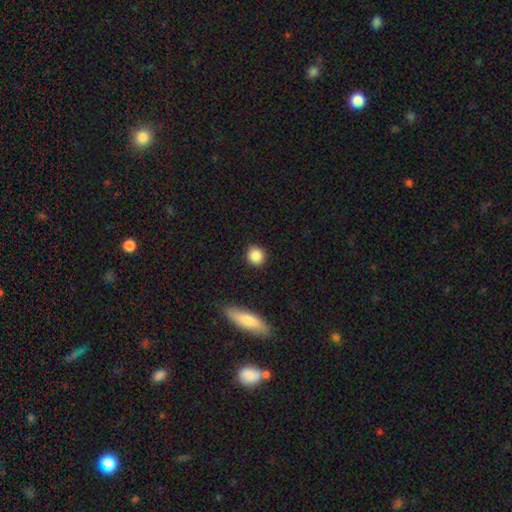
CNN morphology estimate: The model was most divided on "how rounded": round: 84%, in between: 14%, cigar-shaped: 2%. More confident: merging — none (89%); smooth or featured — smooth (87%).